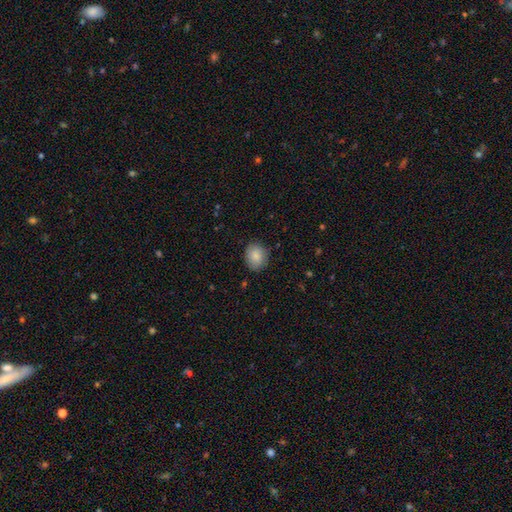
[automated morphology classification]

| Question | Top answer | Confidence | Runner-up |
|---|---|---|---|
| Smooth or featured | smooth | 87% | star or artifact (7%) |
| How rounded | round | 65% | in between (34%) |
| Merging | none | 84% | minor disturbance (12%) |